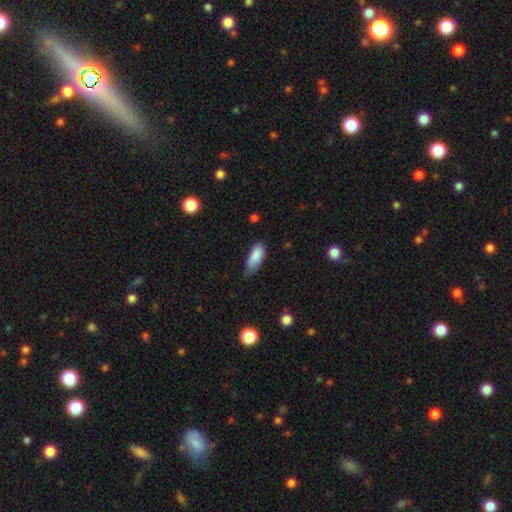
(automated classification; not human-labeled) Overall: smooth (86%). How rounded: in between (80%). Merging: none (49%; minor disturbance 40%).